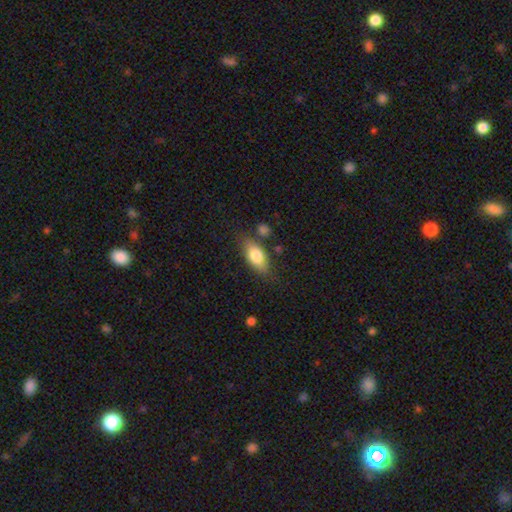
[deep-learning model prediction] This is likely a smooth galaxy (77%). How rounded: clearly in between (83%). Merging: likely none (73%).